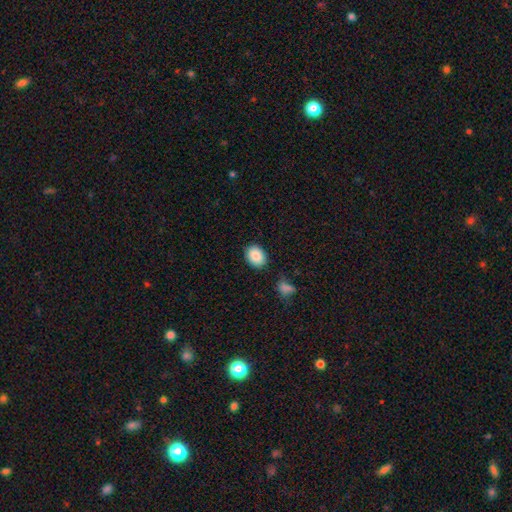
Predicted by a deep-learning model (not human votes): A smooth galaxy with no disk features (87%) that is in between round and cigar-shaped (66%). Merging: none (82%).